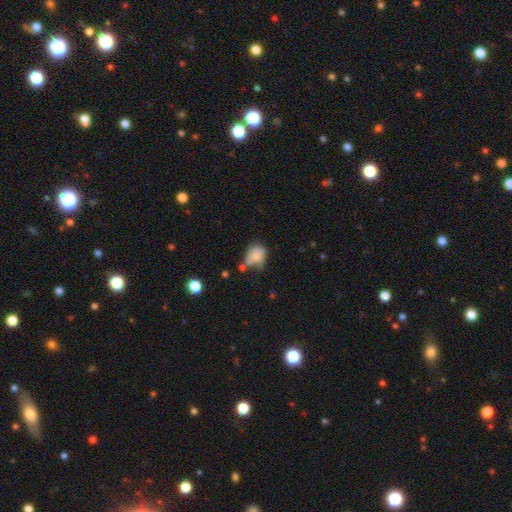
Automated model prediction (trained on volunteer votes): The model was most divided on "merging": none: 32%, minor disturbance: 31%, merger: 19%, major disturbance: 17%. More confident: smooth or featured — smooth (76%); how rounded — in between (57%).